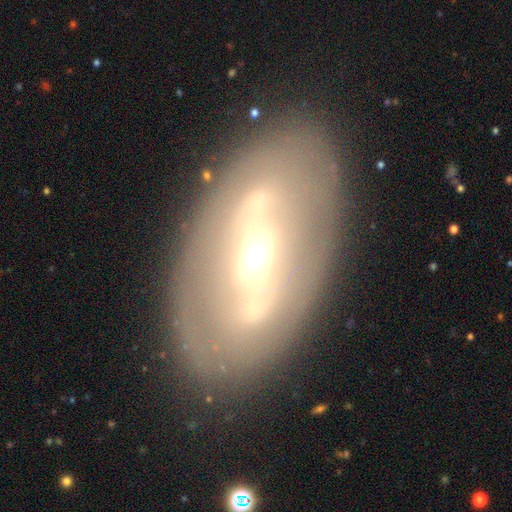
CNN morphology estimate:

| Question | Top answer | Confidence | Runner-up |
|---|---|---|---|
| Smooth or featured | featured or disk | 72% | smooth (21%) |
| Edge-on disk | no | 88% | yes (12%) |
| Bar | strong | 45% | weak (34%) |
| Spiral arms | no | 60% | yes (40%) |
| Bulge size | moderate | 54% | small (38%) |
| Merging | none | 81% | minor disturbance (12%) |